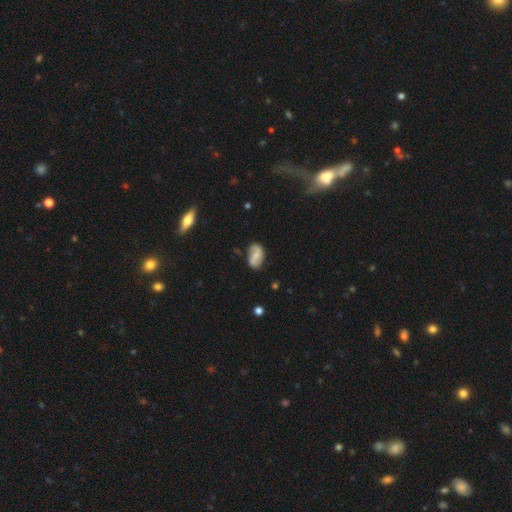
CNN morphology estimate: This is possibly a featured or disk galaxy (51%). It is clearly not viewed edge-on (96%). Merging: likely none (73%).